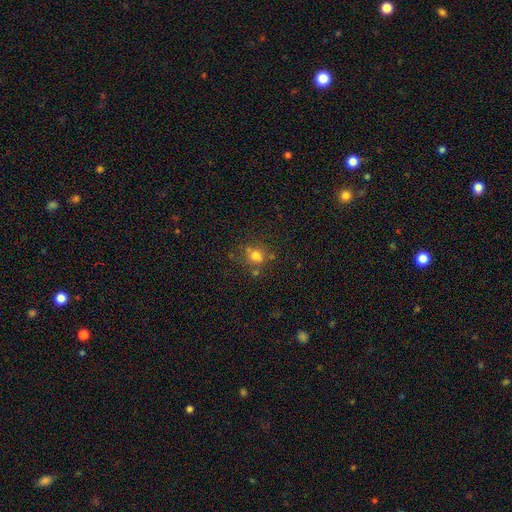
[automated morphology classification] Smooth or featured? Predicted: smooth (p=0.68). How rounded? Predicted: round (p=0.66). Merging? Predicted: none (p=0.60).